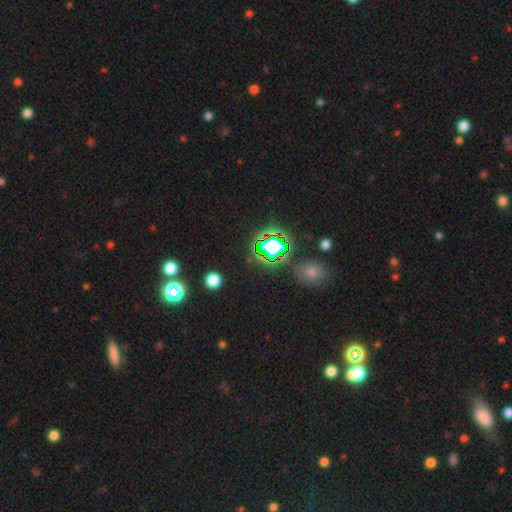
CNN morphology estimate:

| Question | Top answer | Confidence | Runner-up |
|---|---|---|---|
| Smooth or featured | star or artifact | 76% | smooth (17%) |